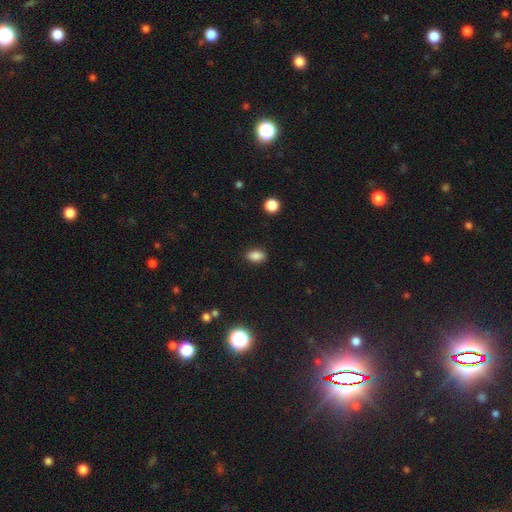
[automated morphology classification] Smooth or featured? smooth (86%)
How rounded? in between (85%)
Merging? none (88%)